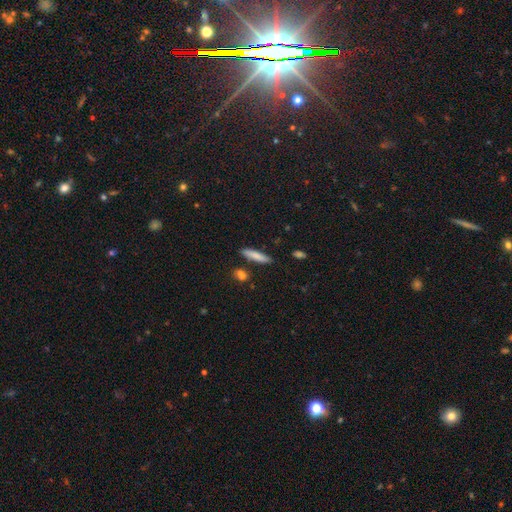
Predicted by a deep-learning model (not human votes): Morphology: type=smooth (80%); roundness=cigar-shaped (83%); merging=none (83%).